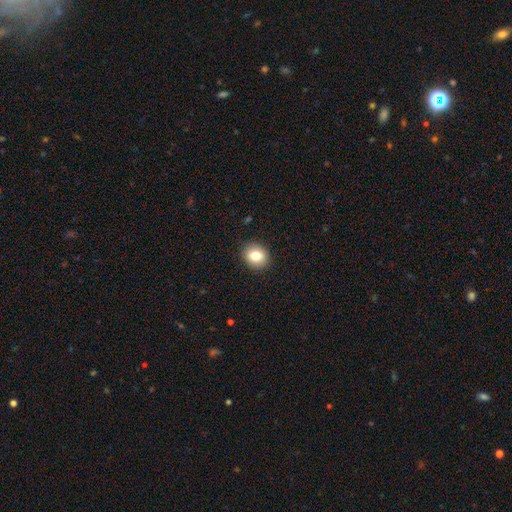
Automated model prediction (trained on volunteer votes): This appears to be a smooth galaxy with no disk features (81%) that is round (73%). Merging: none (90%).